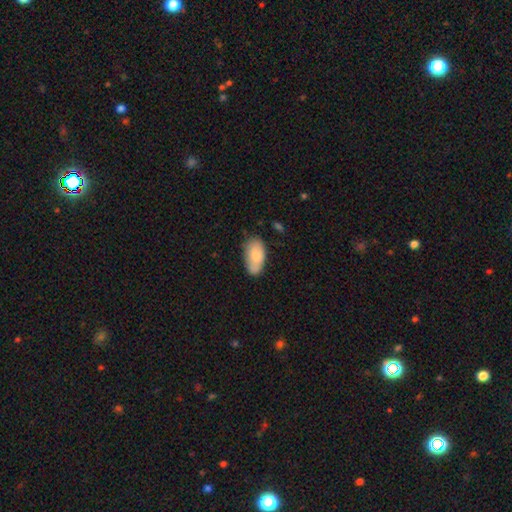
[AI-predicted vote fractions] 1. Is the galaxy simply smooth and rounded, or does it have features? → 78% smooth, 15% featured or disk, 6% star or artifact.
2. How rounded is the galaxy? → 94% in between, 4% round, 3% cigar-shaped.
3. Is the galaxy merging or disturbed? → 62% none, 28% minor disturbance, 6% major disturbance, 5% merger.